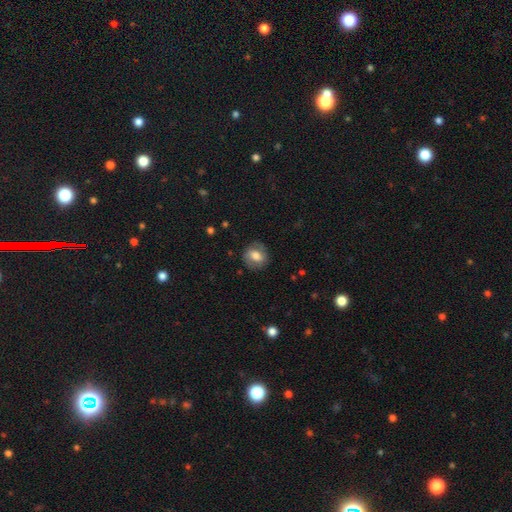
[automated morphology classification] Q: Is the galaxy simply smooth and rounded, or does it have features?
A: smooth — 63%.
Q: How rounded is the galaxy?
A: round — 70%.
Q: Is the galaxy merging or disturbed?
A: none — 81%.